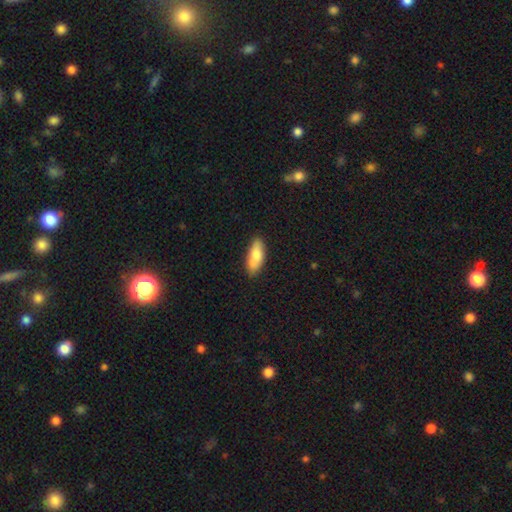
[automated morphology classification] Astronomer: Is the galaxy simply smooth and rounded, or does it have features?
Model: smooth — 81%.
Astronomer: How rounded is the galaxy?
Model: in between — 76%.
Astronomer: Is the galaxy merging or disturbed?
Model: none — 81%.